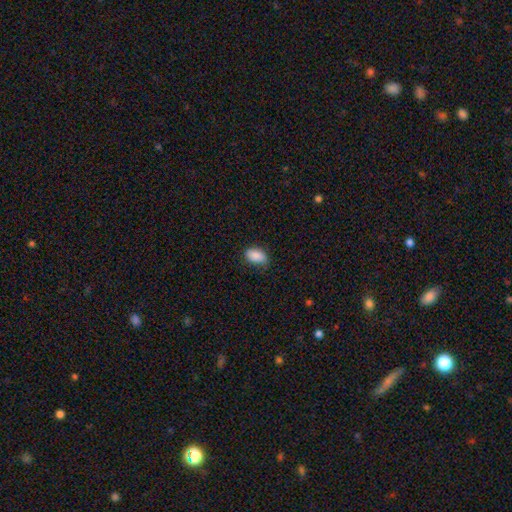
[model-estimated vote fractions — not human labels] Smooth or featured?
  - smooth: 88% *
  - star or artifact: 7%
  - featured or disk: 5%
How rounded?
  - in between: 91% *
  - round: 7%
  - cigar-shaped: 2%
Merging?
  - none: 78% *
  - minor disturbance: 18%
  - major disturbance: 3%
  - merger: 1%